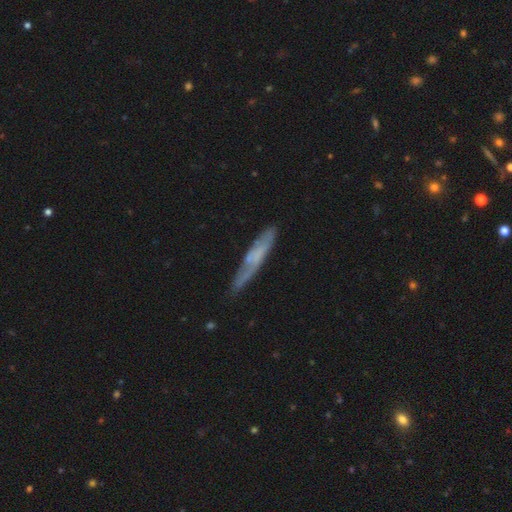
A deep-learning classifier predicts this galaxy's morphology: smooth_or_featured: featured or disk (p=0.51) [alt: smooth p=0.42]
disk_edge_on: yes (p=0.70) [alt: no p=0.30]
merging: none (p=0.70) [alt: minor disturbance p=0.22]